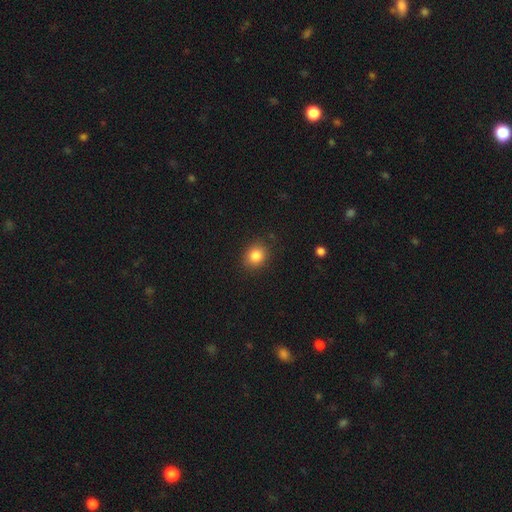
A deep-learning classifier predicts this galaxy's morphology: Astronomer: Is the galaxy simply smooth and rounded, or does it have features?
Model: smooth — 84%.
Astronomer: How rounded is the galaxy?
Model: round — 68%.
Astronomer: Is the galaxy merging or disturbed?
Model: none — 87%.